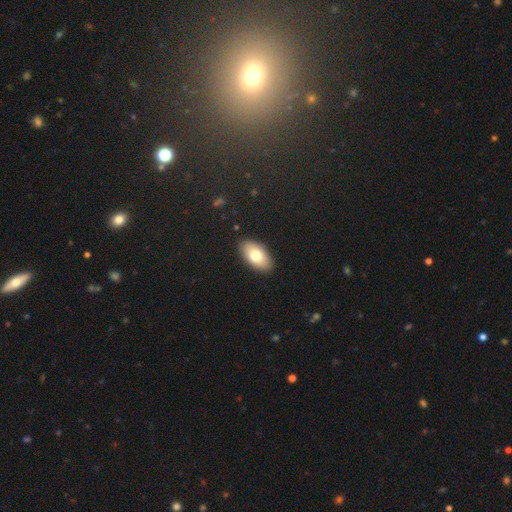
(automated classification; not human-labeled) smooth_or_featured: smooth (p=0.75) [alt: featured or disk p=0.18]
how_rounded: in between (p=0.94) [alt: round p=0.04]
merging: none (p=0.89) [alt: minor disturbance p=0.08]